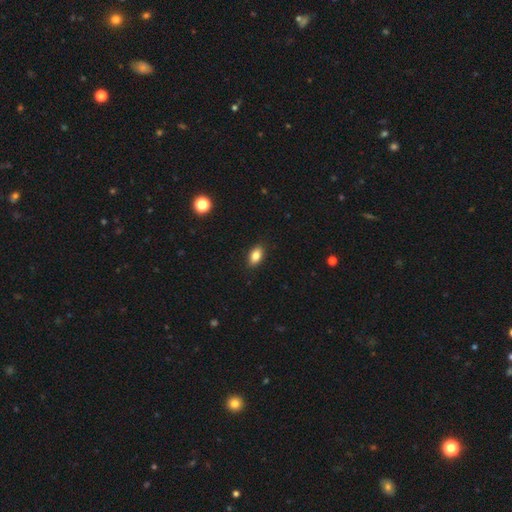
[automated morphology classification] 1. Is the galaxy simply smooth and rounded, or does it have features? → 84% smooth, 9% star or artifact, 7% featured or disk.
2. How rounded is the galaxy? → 89% in between, 8% round, 3% cigar-shaped.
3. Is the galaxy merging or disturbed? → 89% none, 8% minor disturbance, 2% major disturbance, 1% merger.